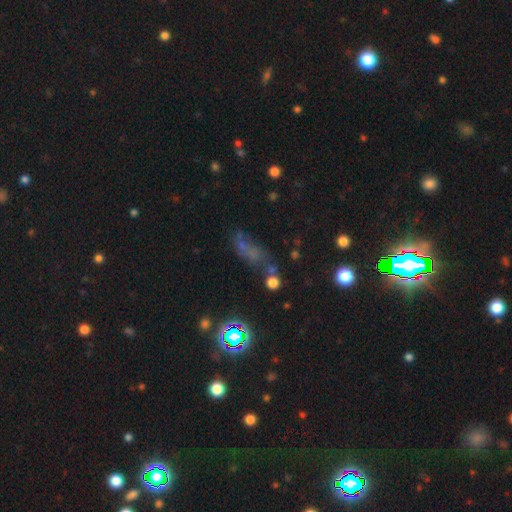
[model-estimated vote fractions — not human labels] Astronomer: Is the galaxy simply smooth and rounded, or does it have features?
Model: star or artifact — 44% (runner-up: smooth, 30%).